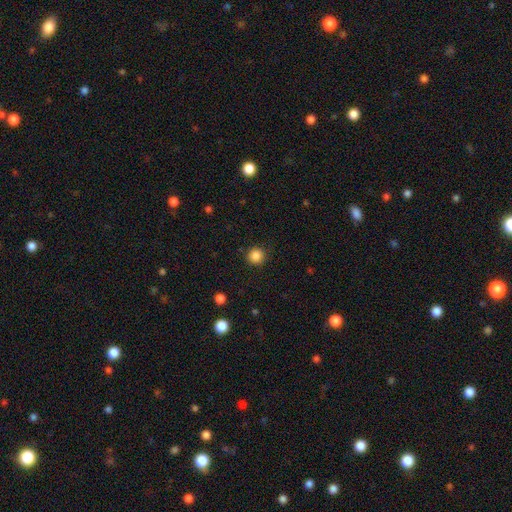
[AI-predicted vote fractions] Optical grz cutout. It shows a smooth galaxy with no disk features (86%) that is round (94%). Merging: none (90%).